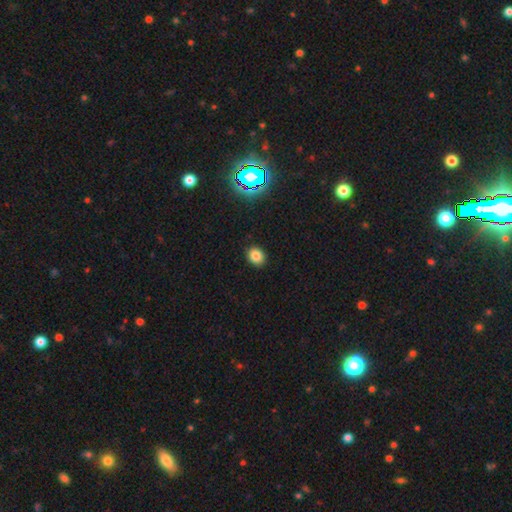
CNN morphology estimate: The model was most divided on "how rounded": round: 54%, in between: 45%, cigar-shaped: 1%. More confident: merging — none (90%); smooth or featured — smooth (82%).